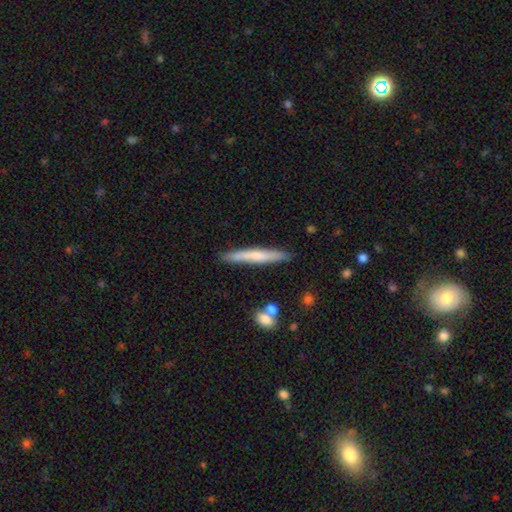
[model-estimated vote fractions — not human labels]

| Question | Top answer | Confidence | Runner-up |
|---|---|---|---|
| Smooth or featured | smooth | 61% | featured or disk (33%) |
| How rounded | cigar-shaped | 95% | in between (4%) |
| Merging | none | 84% | minor disturbance (11%) |